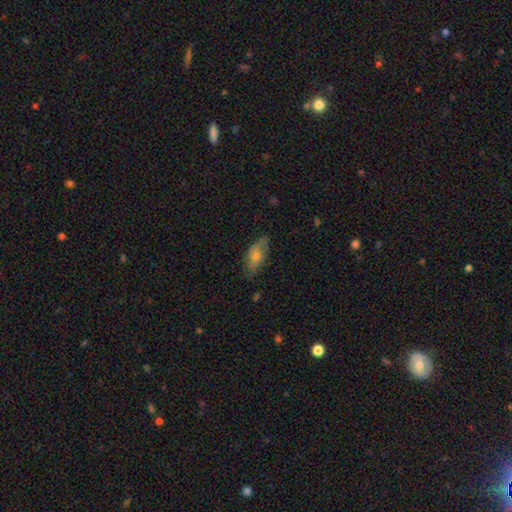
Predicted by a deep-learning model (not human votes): smooth-or-featured: smooth: 65% | featured or disk: 28% | star or artifact: 7%
  how-rounded: in between: 82% | cigar-shaped: 14% | round: 3%
  merging: none: 67% | minor disturbance: 25% | major disturbance: 6% | merger: 2%